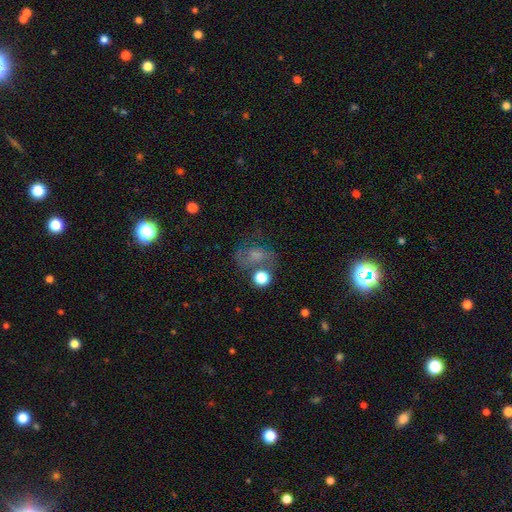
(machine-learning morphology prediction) A featured or disk galaxy (39%, tied with smooth). Merging: none (49%).